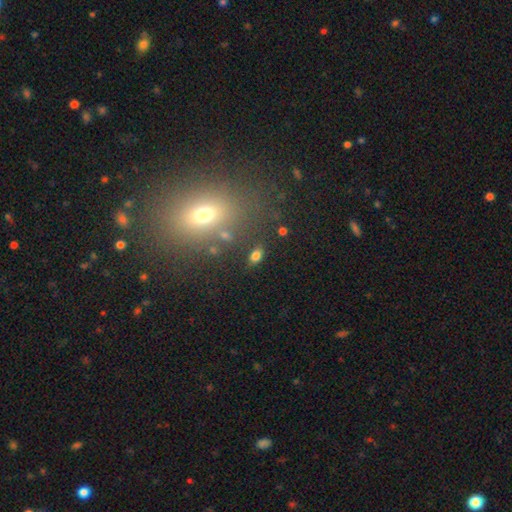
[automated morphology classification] Q: Smooth or featured?
A: smooth (79%); runner-up: star or artifact (13%)
Q: How rounded?
A: in between (88%); runner-up: round (9%)
Q: Merging?
A: none (81%); runner-up: minor disturbance (10%)